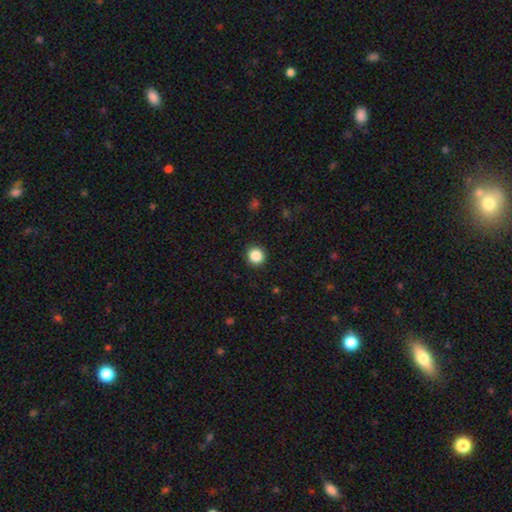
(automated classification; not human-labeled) This appears to be a smooth galaxy with no disk features (87%) that is round (94%). Merging: none (92%).